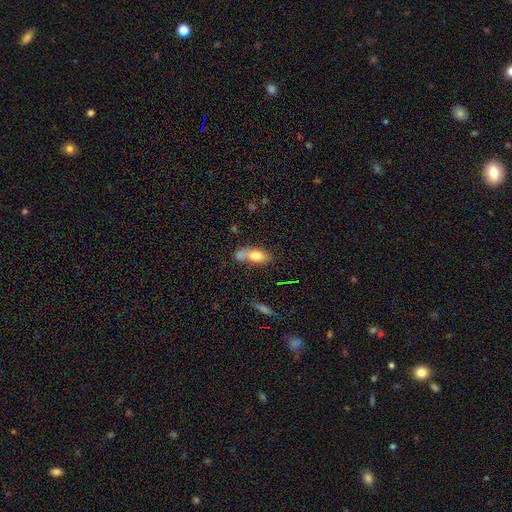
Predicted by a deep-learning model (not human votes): A smooth galaxy with no disk features (71%) that is in between round and cigar-shaped (73%). Merging: merger (40%).